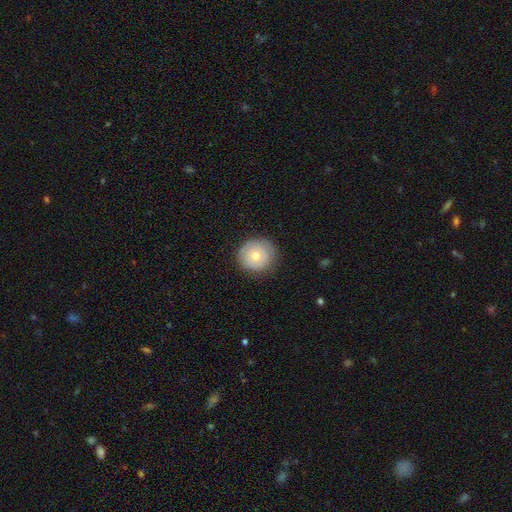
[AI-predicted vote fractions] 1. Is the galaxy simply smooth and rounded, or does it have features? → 63% smooth, 29% featured or disk, 8% star or artifact.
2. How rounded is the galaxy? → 93% round, 6% in between, 1% cigar-shaped.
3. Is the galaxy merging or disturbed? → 85% none, 11% minor disturbance, 3% major disturbance, 1% merger.